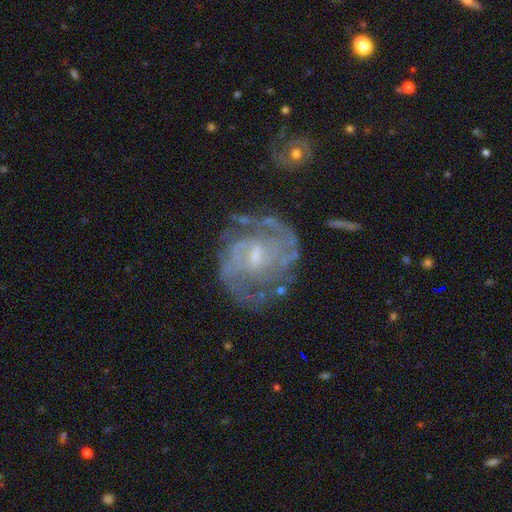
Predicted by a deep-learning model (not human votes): This is clearly a featured or disk galaxy (87%). It is clearly not viewed edge-on (98%). Bar: possibly weak (56%). Spiral arm pattern: clearly yes (95%). Spiral arm count: possibly 2 (51%). Spiral winding: possibly tight (50%). Central bulge: possibly small (54%). Merging: likely none (68%).